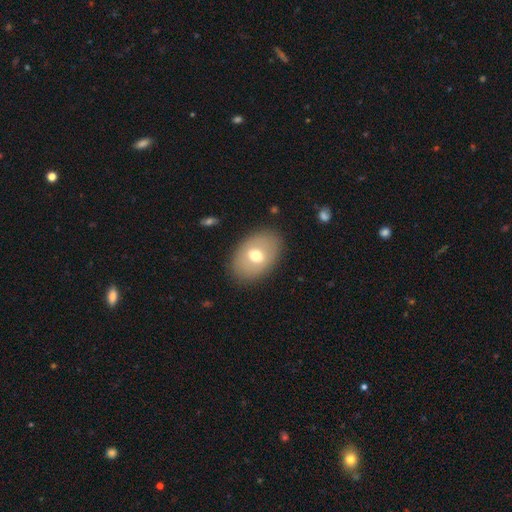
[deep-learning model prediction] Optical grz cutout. It shows a smooth galaxy with no disk features (62%) that is in between round and cigar-shaped (82%). Merging: none (85%).